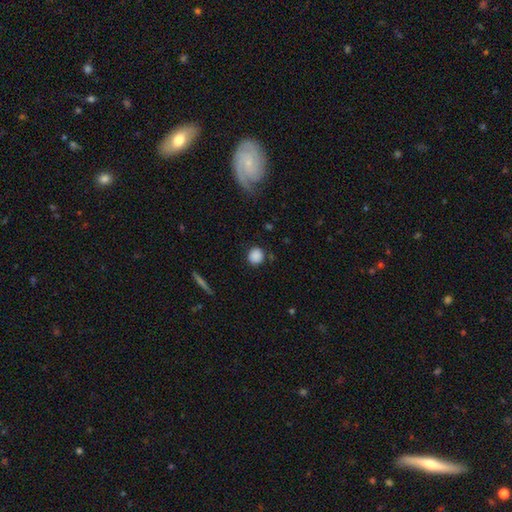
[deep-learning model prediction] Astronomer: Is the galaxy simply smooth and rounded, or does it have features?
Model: smooth — 86%.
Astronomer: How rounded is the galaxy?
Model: round — 89%.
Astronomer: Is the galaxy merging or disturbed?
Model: none — 86%.